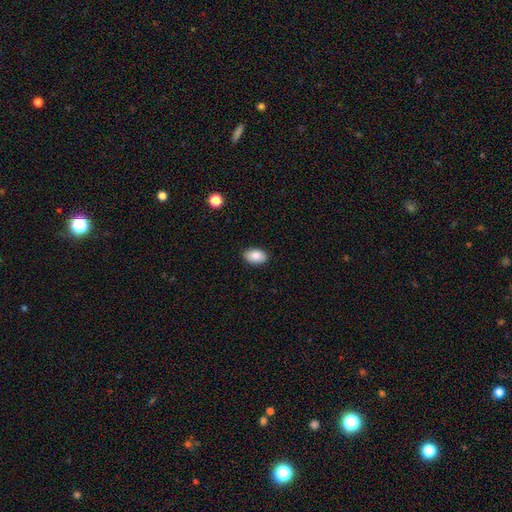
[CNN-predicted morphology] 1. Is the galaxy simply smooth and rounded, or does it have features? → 86% smooth, 7% star or artifact, 6% featured or disk.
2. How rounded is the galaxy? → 91% in between, 8% round, 1% cigar-shaped.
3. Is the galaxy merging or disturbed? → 89% none, 8% minor disturbance, 2% major disturbance, 1% merger.